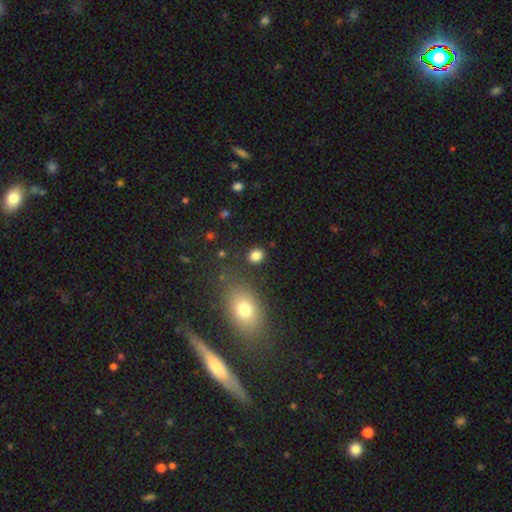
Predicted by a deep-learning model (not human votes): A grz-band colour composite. It shows a smooth galaxy with no disk features (83%) that is round (67%). Merging: none (87%).